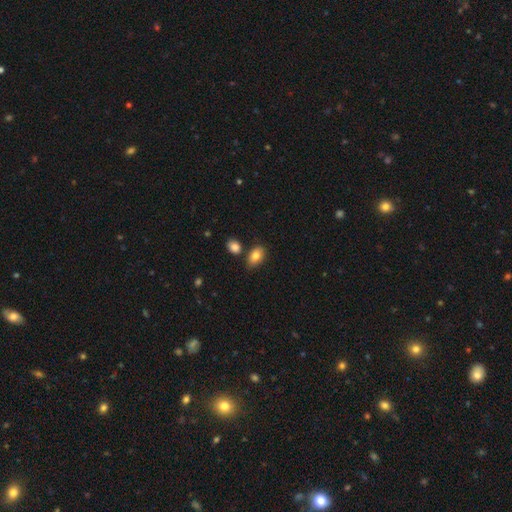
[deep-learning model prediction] Q: Smooth or featured?
A: smooth (83%); runner-up: featured or disk (9%)
Q: How rounded?
A: in between (88%); runner-up: round (11%)
Q: Merging?
A: none (73%); runner-up: minor disturbance (14%)